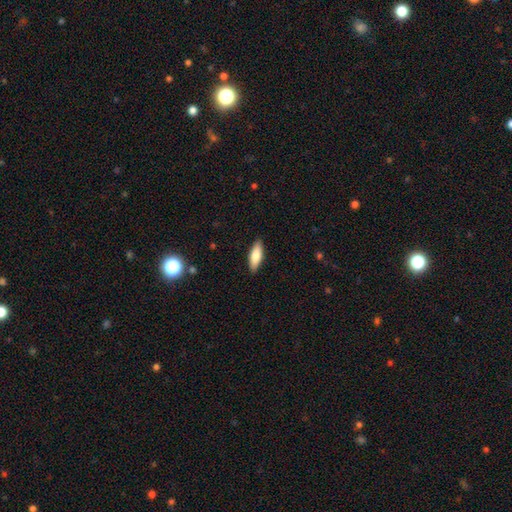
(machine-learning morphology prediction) The model was most divided on "how rounded": in between: 60%, cigar-shaped: 38%, round: 2%. More confident: merging — none (89%); smooth or featured — smooth (79%).